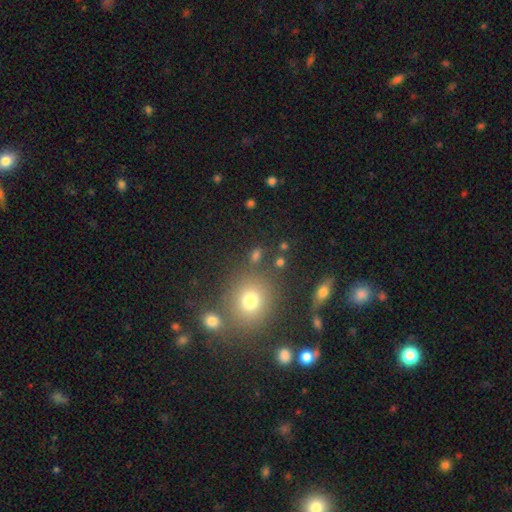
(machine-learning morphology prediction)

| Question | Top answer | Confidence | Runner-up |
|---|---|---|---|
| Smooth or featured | smooth | 65% | star or artifact (24%) |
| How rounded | round | 77% | in between (21%) |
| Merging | none | 76% | merger (10%) |